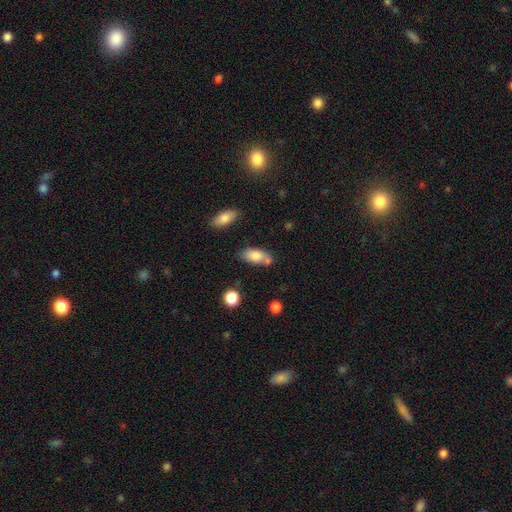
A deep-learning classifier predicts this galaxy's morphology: This is likely a smooth galaxy (79%). How rounded: clearly in between (88%). Merging: possibly none (54%).